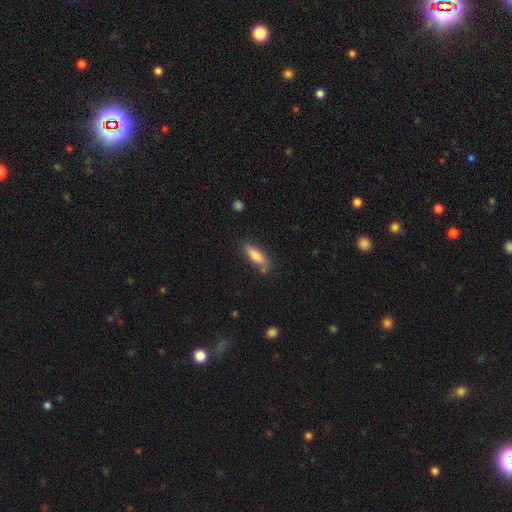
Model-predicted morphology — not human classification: type=smooth (78%); roundness=cigar-shaped (52%); merging=none (73%).